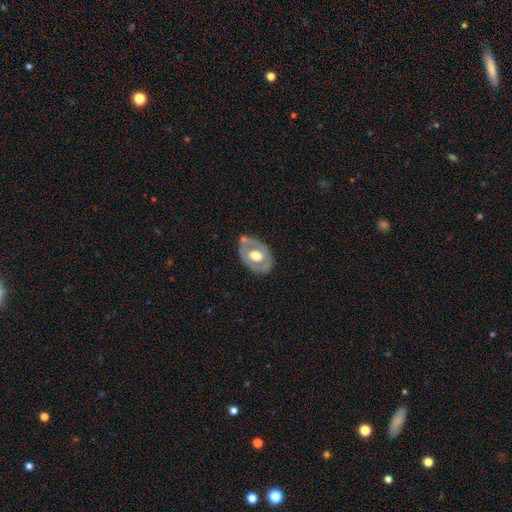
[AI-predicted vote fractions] Smooth or featured: featured or disk — 56% (smooth — 38%)
Edge-on disk: no — 92% (yes — 8%)
Bar: no — 72% (weak — 21%)
Spiral arms: no — 78% (yes — 22%)
Bulge size: moderate — 57% (large — 36%)
Merging: none — 64% (minor disturbance — 22%)